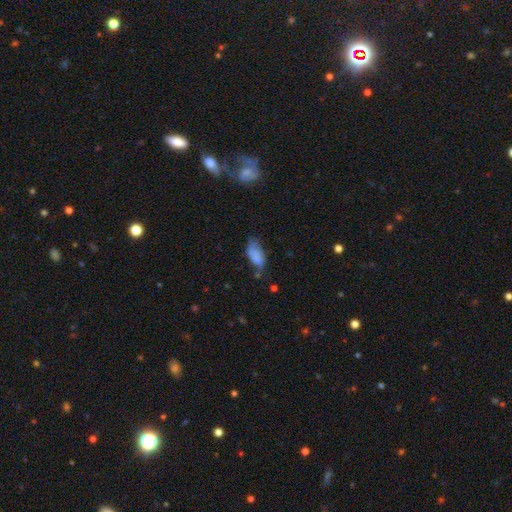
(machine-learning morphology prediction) This is likely a smooth galaxy (72%). How rounded: clearly in between (89%). Merging: marginally minor disturbance (38%).